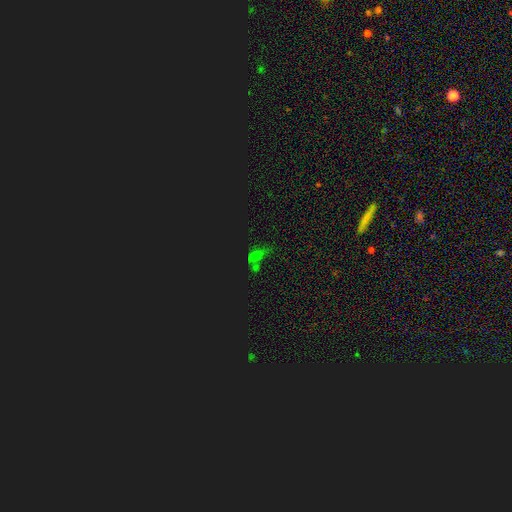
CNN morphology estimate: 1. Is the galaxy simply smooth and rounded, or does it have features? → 50% star or artifact, 37% smooth, 12% featured or disk.